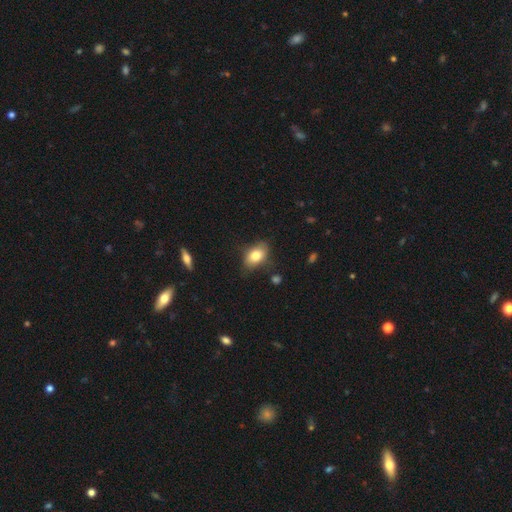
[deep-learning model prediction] Overall: smooth (79%). How rounded: in between (87%). Merging: none (74%).